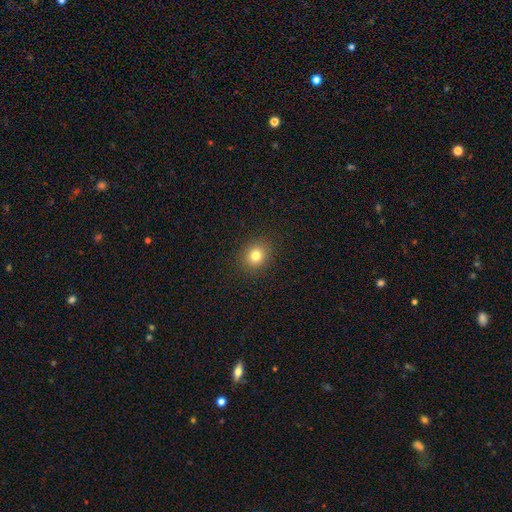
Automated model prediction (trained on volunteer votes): A smooth galaxy with no disk features (81%) that is round (76%).

Vote fractions:
- Smooth or featured? smooth: 81% / star or artifact: 12% / featured or disk: 7%
- How rounded? round: 76% / in between: 23% / cigar-shaped: 1%
- Merging? none: 90% / minor disturbance: 7% / major disturbance: 2% / merger: 1%